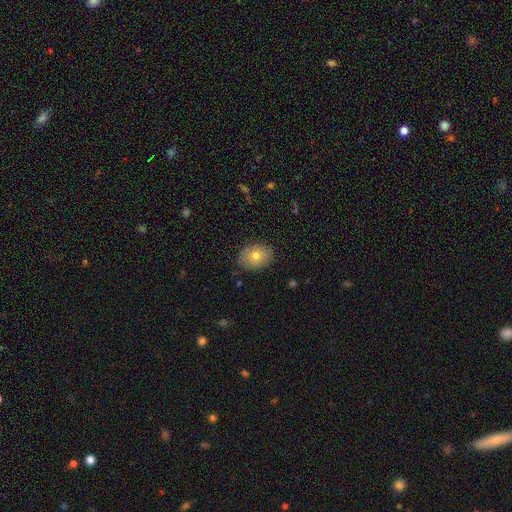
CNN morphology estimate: This appears to be a smooth galaxy with no disk features (75%) that is in between round and cigar-shaped (68%). Merging: none (85%).